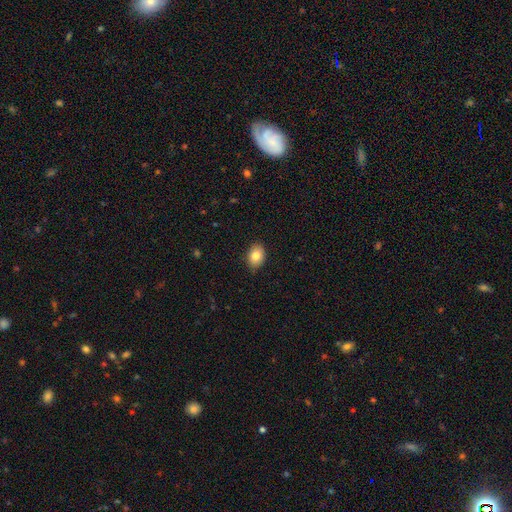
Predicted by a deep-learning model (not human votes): Overall: smooth (83%). How rounded: in between (76%). Merging: none (86%).